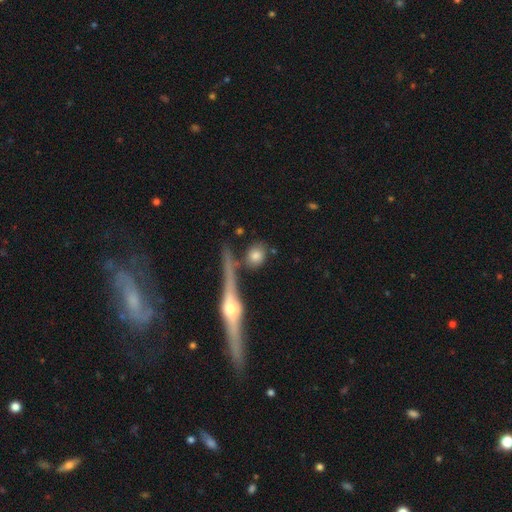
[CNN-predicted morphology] Smooth or featured? smooth (76%)
How rounded? round (71%)
Merging? none (72%)